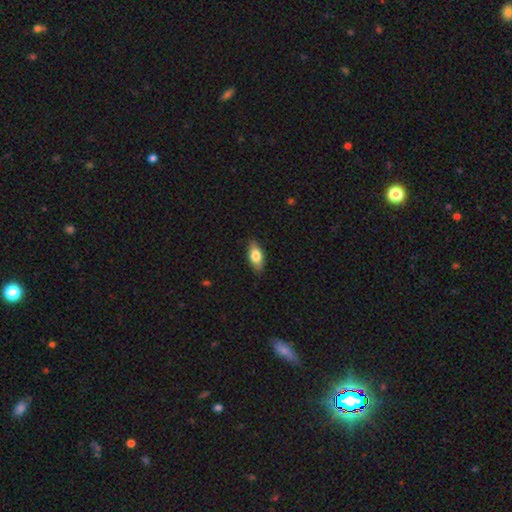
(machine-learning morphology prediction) A smooth galaxy with no disk features (77%) that is in between round and cigar-shaped (87%).

Vote fractions:
- Smooth or featured? smooth: 77% / featured or disk: 16% / star or artifact: 6%
- How rounded? in between: 87% / cigar-shaped: 10% / round: 3%
- Merging? none: 87% / minor disturbance: 10% / major disturbance: 2% / merger: 1%